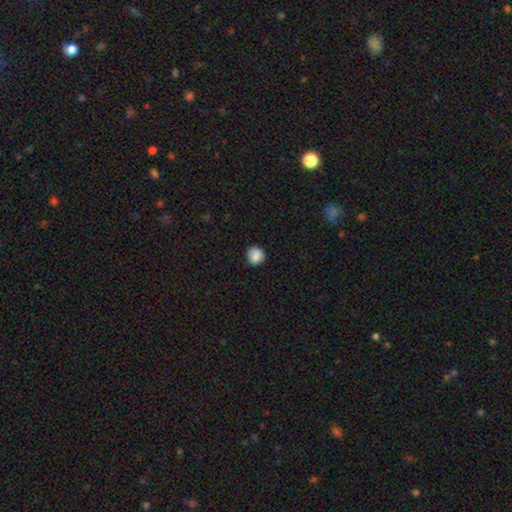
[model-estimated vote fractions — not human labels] Smooth or featured? smooth (85%)
How rounded? round (88%)
Merging? none (85%)